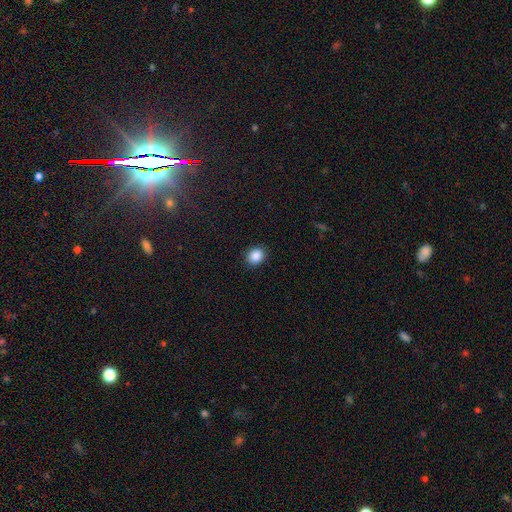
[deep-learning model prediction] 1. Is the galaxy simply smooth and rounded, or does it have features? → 87% smooth, 9% star or artifact, 3% featured or disk.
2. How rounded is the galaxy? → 67% round, 32% in between, 1% cigar-shaped.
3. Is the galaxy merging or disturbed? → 90% none, 7% minor disturbance, 2% major disturbance, 1% merger.